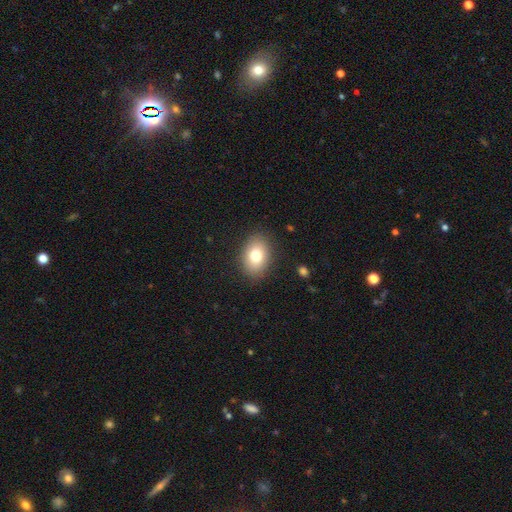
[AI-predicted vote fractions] smooth_or_featured: smooth (p=0.78) [alt: featured or disk p=0.13]
how_rounded: in between (p=0.79) [alt: round p=0.20]
merging: none (p=0.87) [alt: minor disturbance p=0.09]